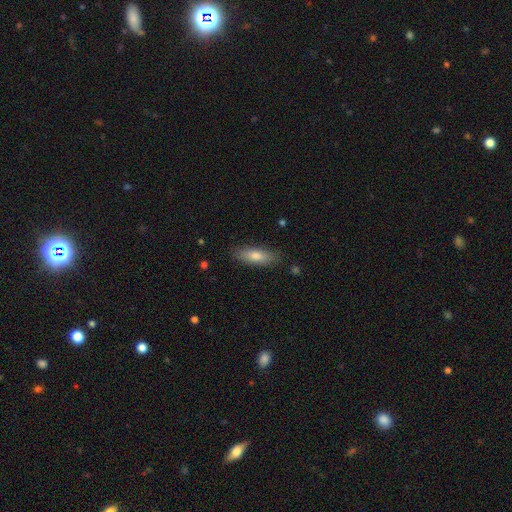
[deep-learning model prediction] A smooth galaxy with no disk features (76%) that is in between round and cigar-shaped (59%).

Vote fractions:
- Smooth or featured? smooth: 76% / featured or disk: 18% / star or artifact: 7%
- How rounded? in between: 59% / cigar-shaped: 39% / round: 2%
- Merging? none: 86% / minor disturbance: 11% / major disturbance: 2% / merger: 1%